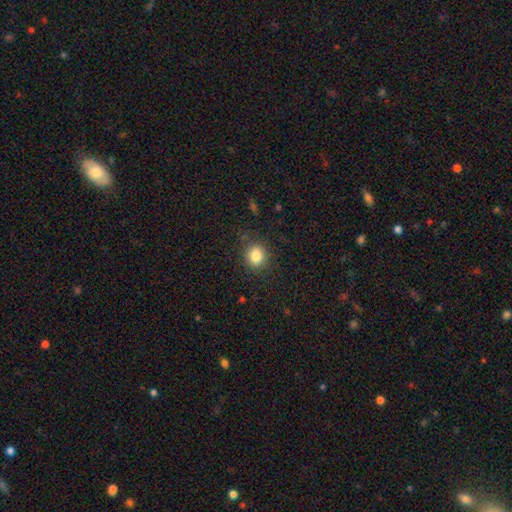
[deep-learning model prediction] smooth 83%, star or artifact 11%, featured or disk 6%. Down the decision tree: how rounded — round (80%); merging — none (85%).